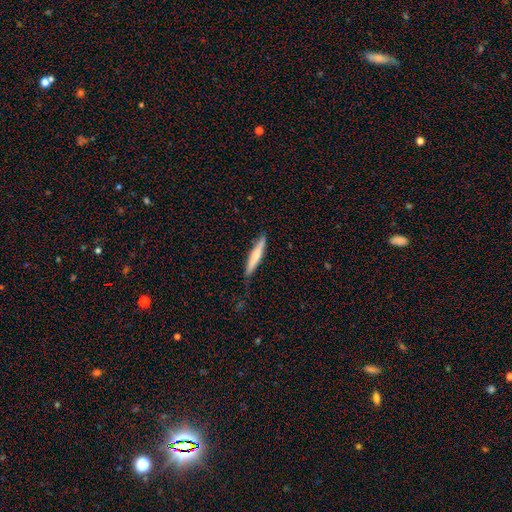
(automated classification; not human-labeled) smooth 64%, featured or disk 31%, star or artifact 5%. Down the decision tree: how rounded — cigar-shaped (93%); merging — none (82%).